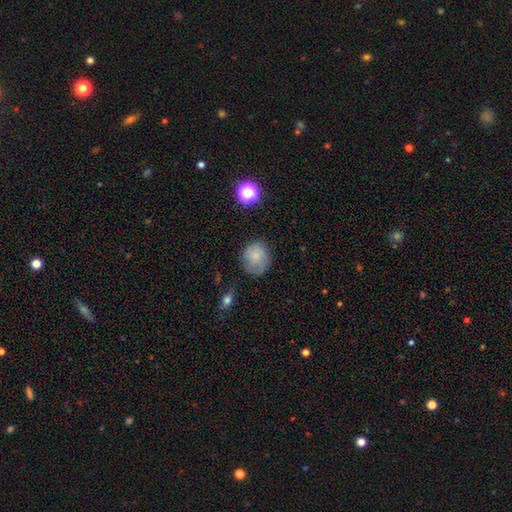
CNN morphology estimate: Smooth or featured?
  - smooth: 73% *
  - featured or disk: 17%
  - star or artifact: 10%
How rounded?
  - round: 81% *
  - in between: 18%
  - cigar-shaped: 1%
Merging?
  - none: 68% *
  - minor disturbance: 23%
  - major disturbance: 7%
  - merger: 2%